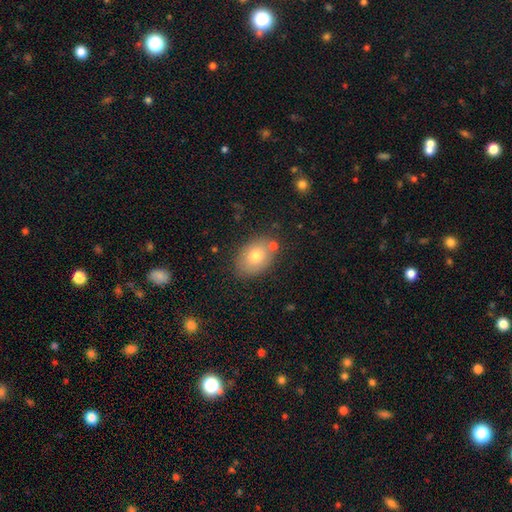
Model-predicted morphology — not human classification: Overall: smooth (76%). How rounded: in between (79%). Merging: none (76%).